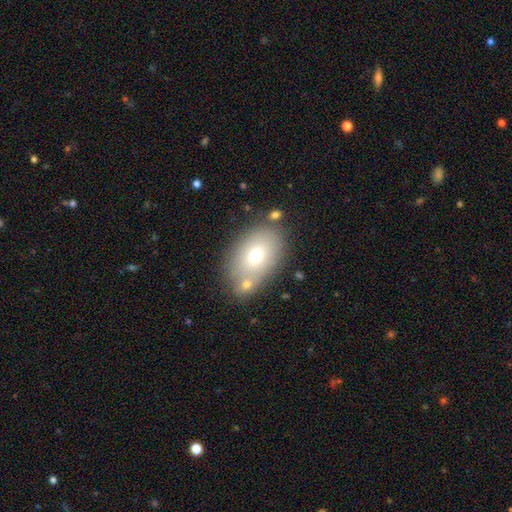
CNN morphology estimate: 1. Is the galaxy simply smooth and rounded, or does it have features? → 68% smooth, 21% featured or disk, 11% star or artifact.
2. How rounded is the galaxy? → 83% in between, 16% round, 1% cigar-shaped.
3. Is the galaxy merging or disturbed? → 66% none, 15% merger, 14% minor disturbance, 4% major disturbance.